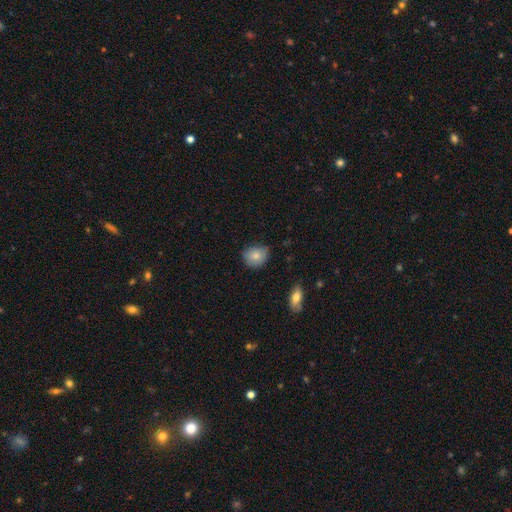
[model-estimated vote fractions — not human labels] A smooth galaxy with no disk features (81%) that is round (69%).

Vote fractions:
- Smooth or featured? smooth: 81% / featured or disk: 11% / star or artifact: 8%
- How rounded? round: 69% / in between: 30% / cigar-shaped: 1%
- Merging? none: 76% / minor disturbance: 19% / major disturbance: 3% / merger: 1%